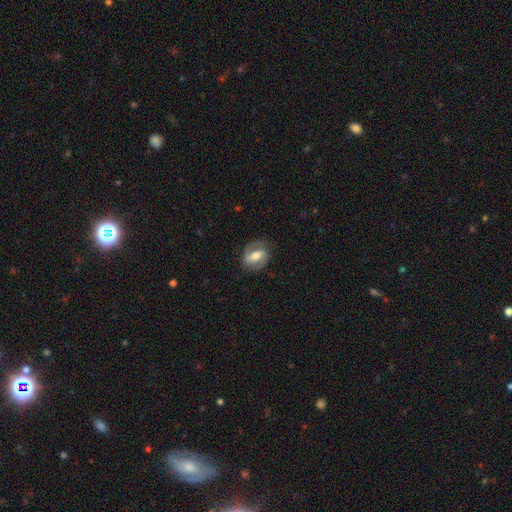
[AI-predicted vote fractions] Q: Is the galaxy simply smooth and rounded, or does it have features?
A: featured or disk — 73%.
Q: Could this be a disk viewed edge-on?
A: no — 96%.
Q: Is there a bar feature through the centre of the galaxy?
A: weak — 41%.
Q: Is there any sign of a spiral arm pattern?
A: yes — 89%.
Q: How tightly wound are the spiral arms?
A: medium — 47%.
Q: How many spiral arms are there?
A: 2 — 85%.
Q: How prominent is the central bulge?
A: moderate — 67%.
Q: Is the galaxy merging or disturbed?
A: none — 79%.